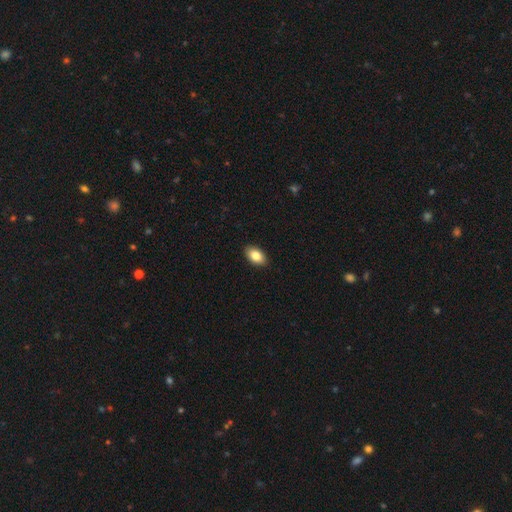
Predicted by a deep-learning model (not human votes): smooth_or_featured: smooth (p=0.85) [alt: featured or disk p=0.08]
how_rounded: in between (p=0.92) [alt: round p=0.06]
merging: none (p=0.90) [alt: minor disturbance p=0.07]